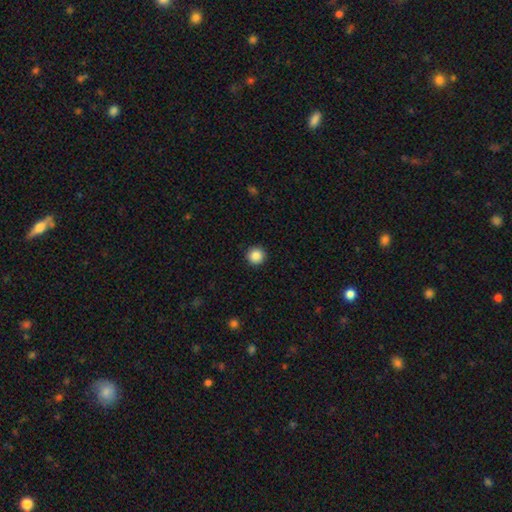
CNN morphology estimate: Overall: smooth (87%). How rounded: round (96%). Merging: none (93%).